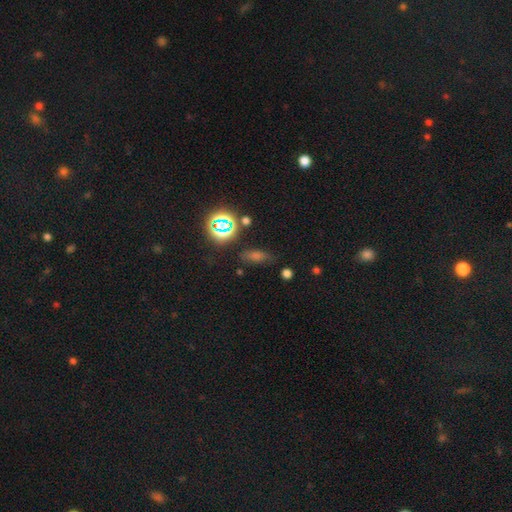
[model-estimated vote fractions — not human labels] Q: Smooth or featured?
A: star or artifact (48%); runner-up: smooth (39%)